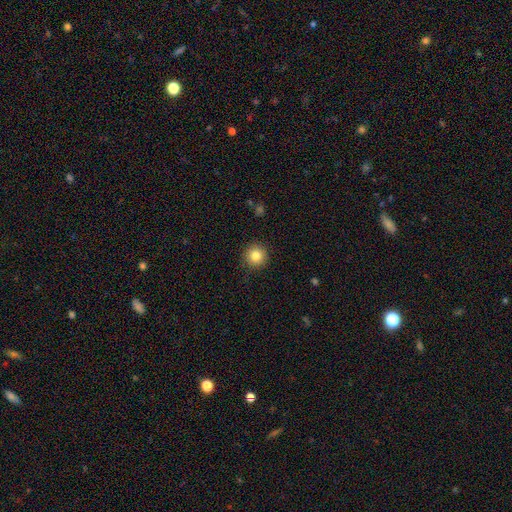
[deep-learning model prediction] Smooth or featured?
  - smooth: 83% *
  - star or artifact: 10%
  - featured or disk: 7%
How rounded?
  - round: 95% *
  - in between: 4%
  - cigar-shaped: 1%
Merging?
  - none: 90% *
  - minor disturbance: 7%
  - major disturbance: 2%
  - merger: 1%